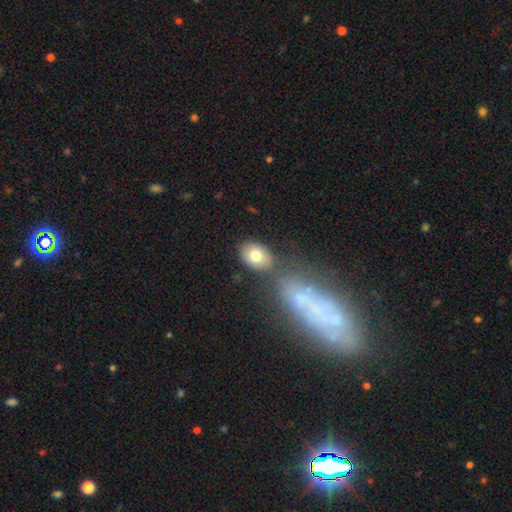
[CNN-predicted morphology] A smooth galaxy with no disk features (77%) that is in between round and cigar-shaped (74%).

Vote fractions:
- Smooth or featured? smooth: 77% / featured or disk: 14% / star or artifact: 8%
- How rounded? in between: 74% / round: 25% / cigar-shaped: 1%
- Merging? none: 71% / minor disturbance: 13% / merger: 12% / major disturbance: 4%